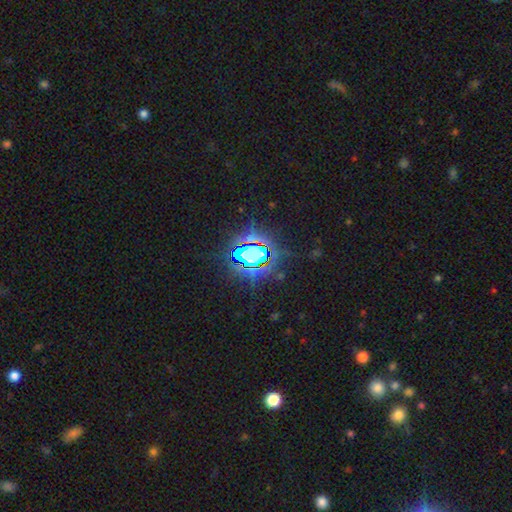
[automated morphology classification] This is likely a star or artifact rather than a galaxy (78%).